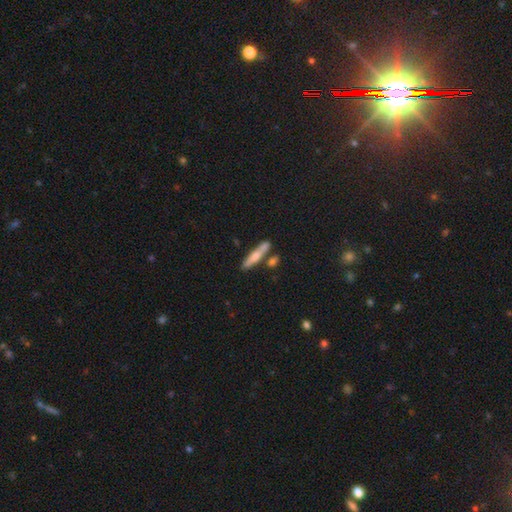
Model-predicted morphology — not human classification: This appears to be a smooth galaxy with no disk features (60%) that is cigar-shaped (85%). Merging: none (69%).